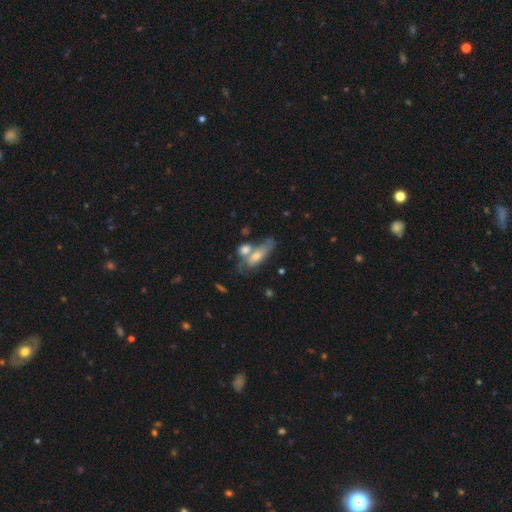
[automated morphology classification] This is possibly a smooth galaxy (59%). How rounded: likely in between (62%). Merging: marginally merger (42%).